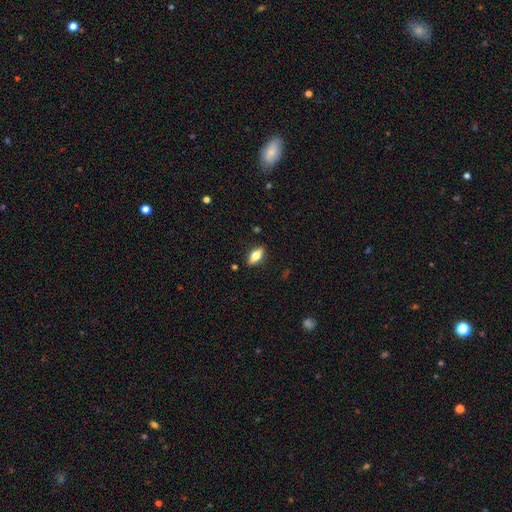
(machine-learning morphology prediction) type=smooth (61%); roundness=in between (79%); merging=none (87%).